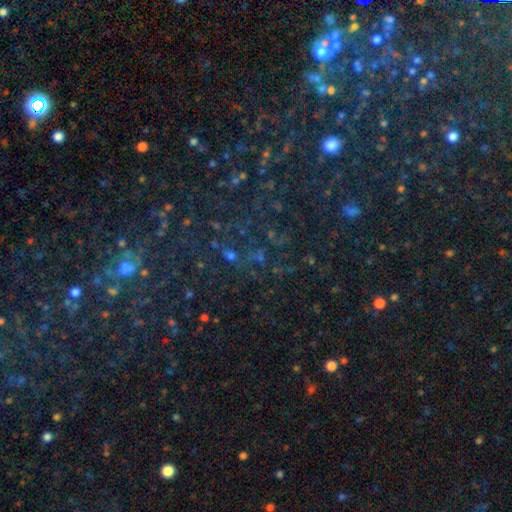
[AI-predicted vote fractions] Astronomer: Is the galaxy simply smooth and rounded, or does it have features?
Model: star or artifact — 68%.